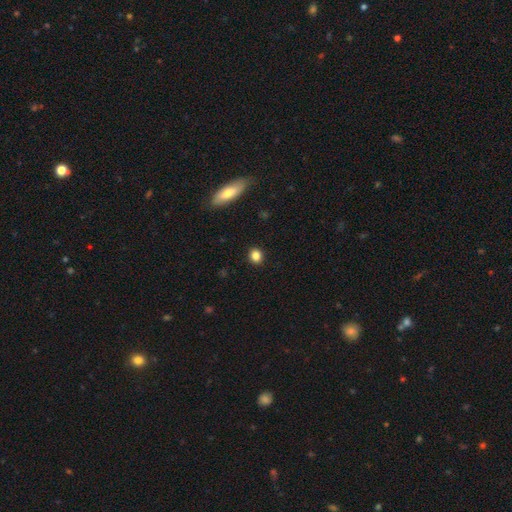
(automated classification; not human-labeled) The model was most divided on "how rounded": round: 74%, in between: 25%, cigar-shaped: 2%. More confident: merging — none (91%); smooth or featured — smooth (84%).